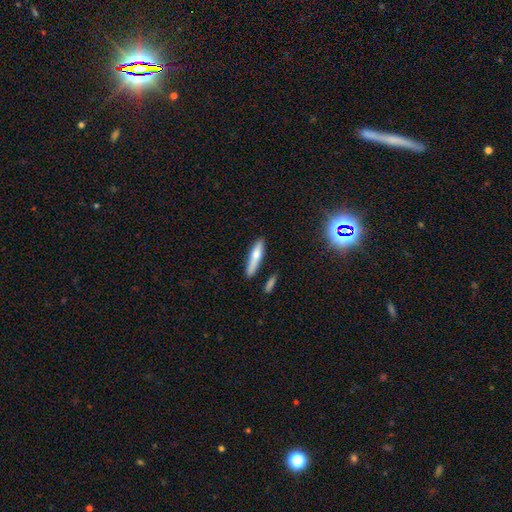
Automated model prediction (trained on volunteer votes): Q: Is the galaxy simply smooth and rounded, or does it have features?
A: smooth — 66%.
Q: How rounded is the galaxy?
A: cigar-shaped — 79%.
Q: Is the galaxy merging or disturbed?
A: none — 80%.